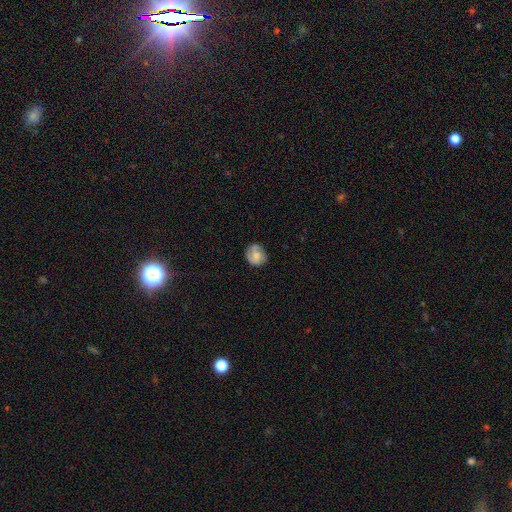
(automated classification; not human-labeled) Smooth or featured? Predicted: smooth (p=0.57). How rounded? Predicted: round (p=0.77). Merging? Predicted: none (p=0.68).